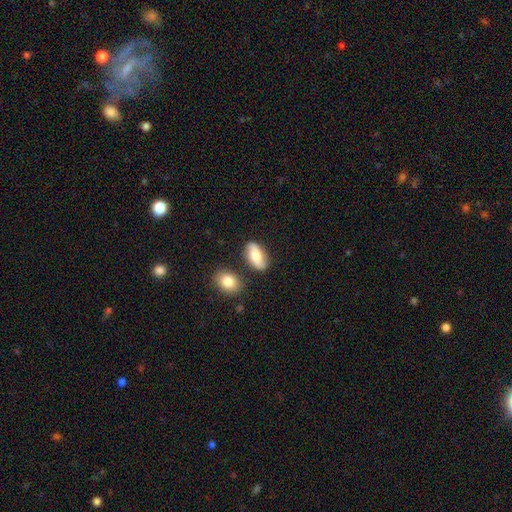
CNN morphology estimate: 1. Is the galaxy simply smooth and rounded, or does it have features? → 66% smooth, 26% featured or disk, 7% star or artifact.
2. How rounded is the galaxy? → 89% in between, 6% cigar-shaped, 5% round.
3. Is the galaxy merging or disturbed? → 76% none, 15% minor disturbance, 6% merger, 3% major disturbance.